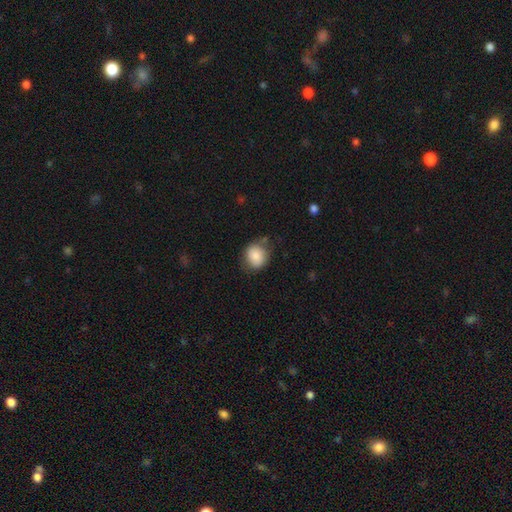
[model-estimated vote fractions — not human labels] smooth_or_featured: smooth (p=0.84) [alt: star or artifact p=0.08]
how_rounded: round (p=0.69) [alt: in between p=0.30]
merging: none (p=0.70) [alt: minor disturbance p=0.21]